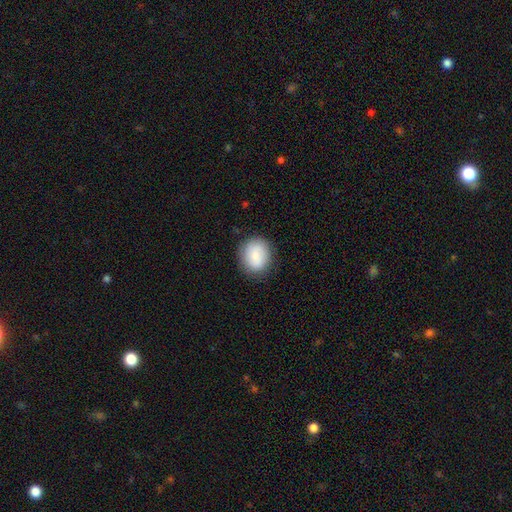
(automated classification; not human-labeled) This appears to be a smooth galaxy with no disk features (83%) that is round (71%). Merging: none (83%).